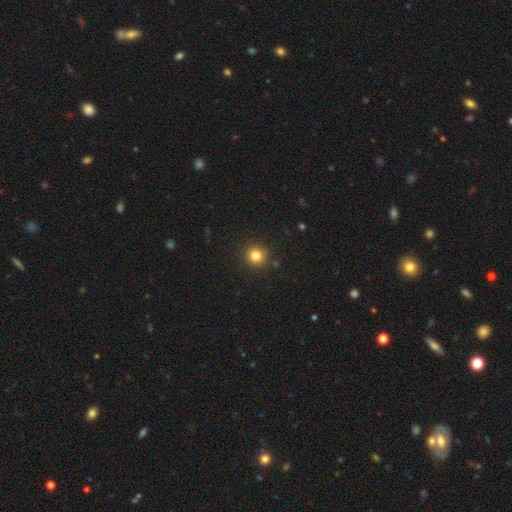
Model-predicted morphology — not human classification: smooth-or-featured: smooth: 81% | star or artifact: 13% | featured or disk: 6%
  how-rounded: round: 94% | in between: 5% | cigar-shaped: 1%
  merging: none: 91% | minor disturbance: 5% | major disturbance: 2% | merger: 1%